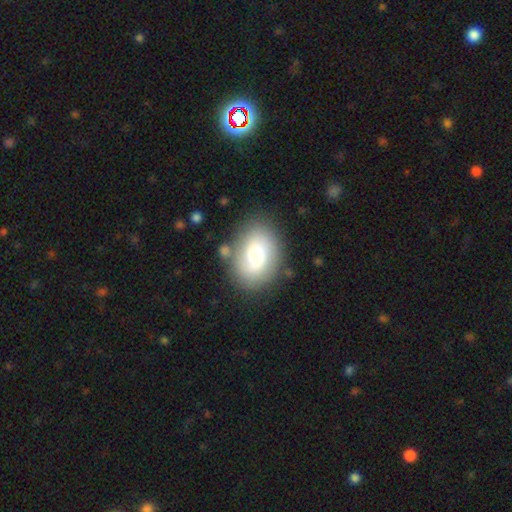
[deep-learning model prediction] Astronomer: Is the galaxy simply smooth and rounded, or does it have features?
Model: smooth — 67%.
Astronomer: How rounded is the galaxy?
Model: in between — 72%.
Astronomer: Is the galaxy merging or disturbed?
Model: none — 73%.